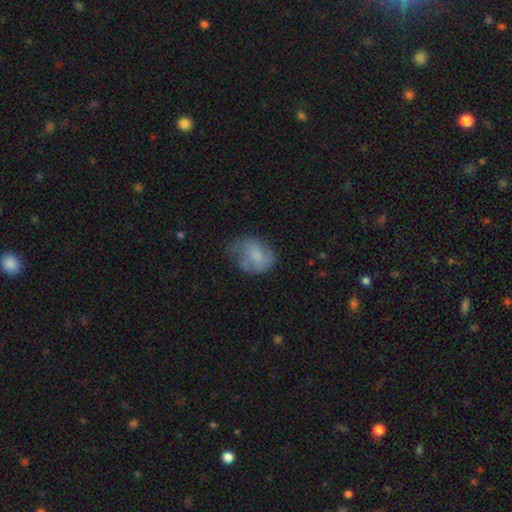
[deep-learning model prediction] Q: Smooth or featured?
A: smooth (71%); runner-up: featured or disk (20%)
Q: How rounded?
A: in between (59%); runner-up: round (40%)
Q: Merging?
A: none (38%); runner-up: minor disturbance (37%)